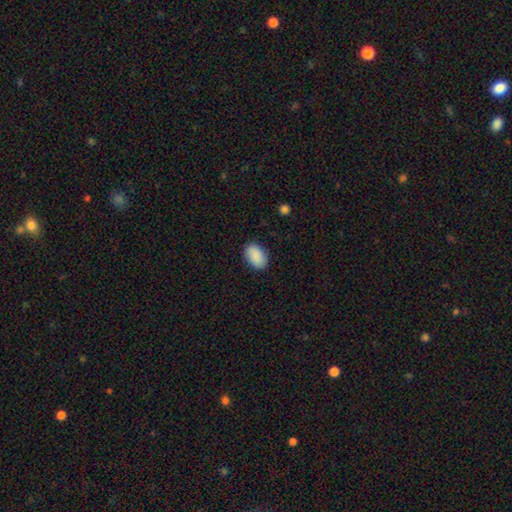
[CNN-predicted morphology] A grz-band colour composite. It shows a smooth galaxy with no disk features (89%) that is in between round and cigar-shaped (90%). Merging: none (86%).